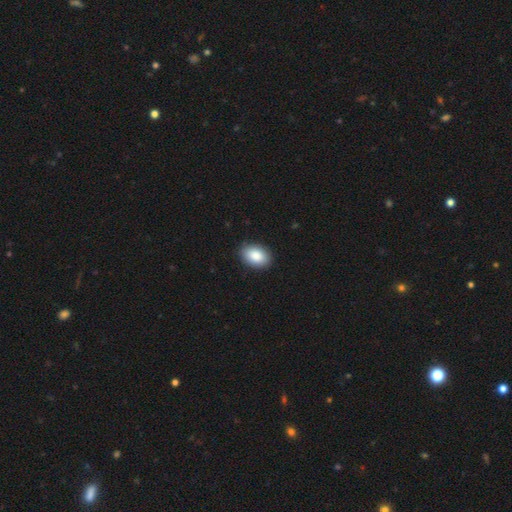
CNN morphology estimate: Q: Smooth or featured?
A: smooth (88%); runner-up: star or artifact (7%)
Q: How rounded?
A: in between (85%); runner-up: round (14%)
Q: Merging?
A: none (89%); runner-up: minor disturbance (9%)